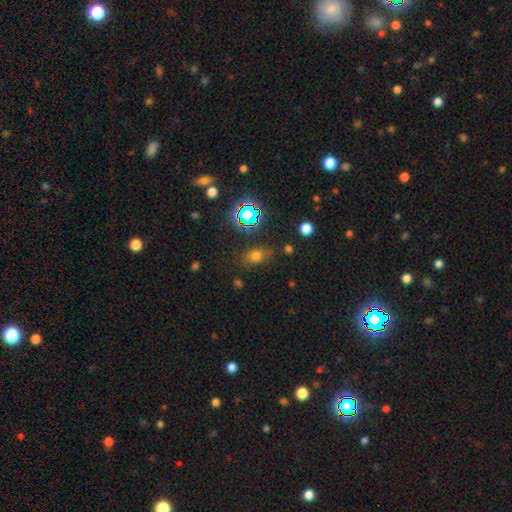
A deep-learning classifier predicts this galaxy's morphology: Smooth or featured? smooth (65%)
How rounded? in between (66%)
Merging? none (75%)